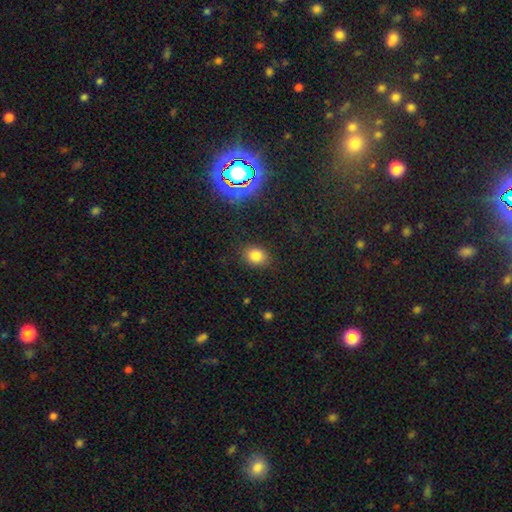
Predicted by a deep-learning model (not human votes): Morphology: type=smooth (78%); roundness=in between (57%); merging=none (86%).